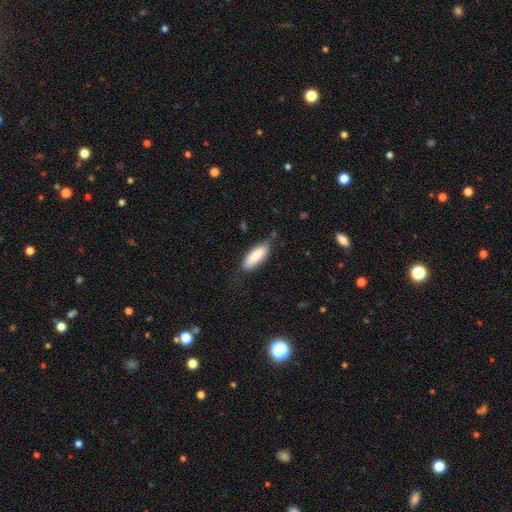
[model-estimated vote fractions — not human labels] This is clearly a smooth galaxy (82%). How rounded: likely in between (71%). Merging: likely none (64%).